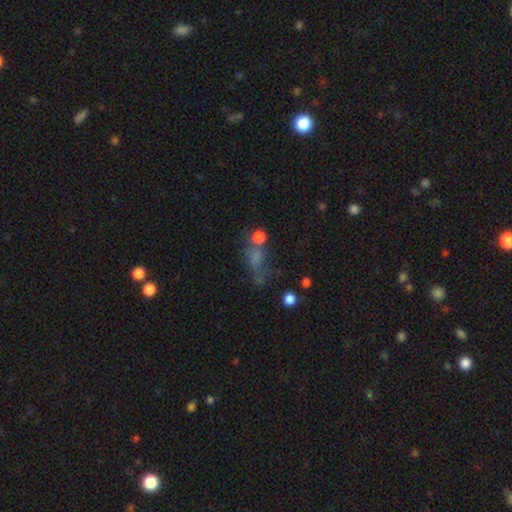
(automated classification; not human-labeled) A smooth galaxy with no disk features (54%) that is in between round and cigar-shaped (57%). Merging: none (38%).